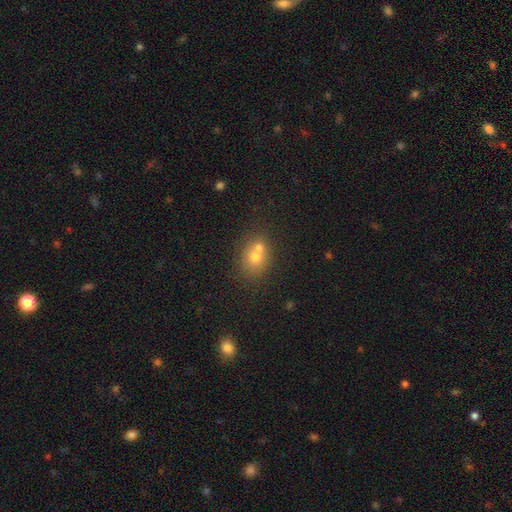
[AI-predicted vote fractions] Morphology: type=smooth (67%); roundness=round (66%); merging=merger (49%).